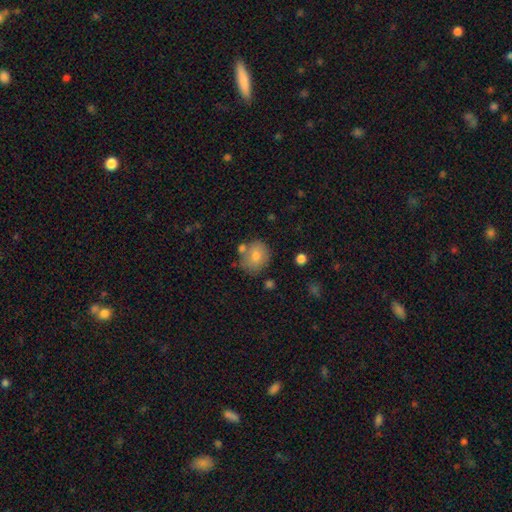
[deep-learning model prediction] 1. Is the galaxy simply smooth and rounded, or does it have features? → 78% smooth, 13% featured or disk, 8% star or artifact.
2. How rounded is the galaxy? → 74% round, 25% in between, 1% cigar-shaped.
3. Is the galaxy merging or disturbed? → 65% none, 18% minor disturbance, 11% merger, 5% major disturbance.